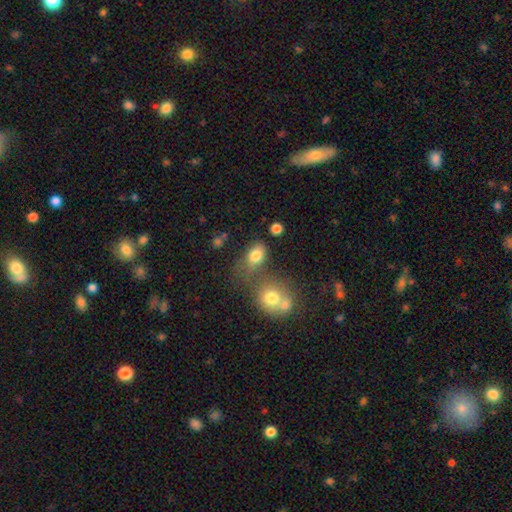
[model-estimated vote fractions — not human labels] A smooth galaxy with no disk features (78%) that is in between round and cigar-shaped (73%). Merging: none (39%).